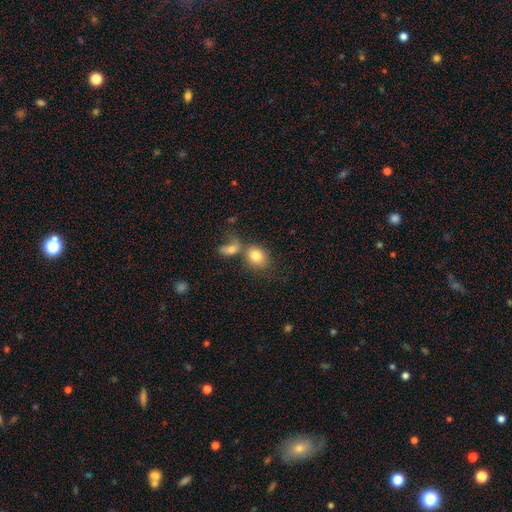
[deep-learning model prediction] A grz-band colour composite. It shows a smooth galaxy with no disk features (80%) that is round (57%). Merging: none (45%).